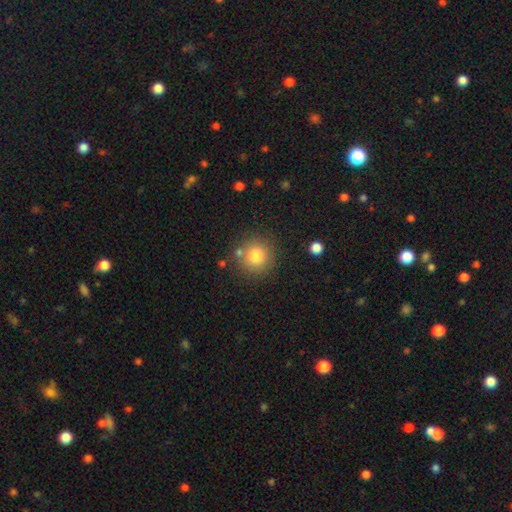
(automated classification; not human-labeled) Morphology: type=smooth (81%); roundness=round (93%); merging=none (80%).